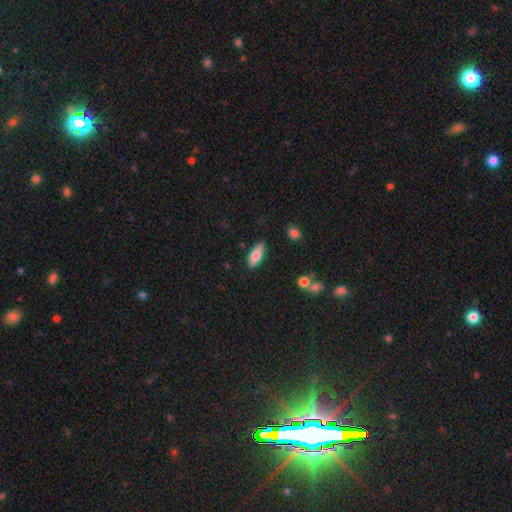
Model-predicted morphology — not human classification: A smooth galaxy with no disk features (77%) that is in between round and cigar-shaped (74%). Merging: none (81%).